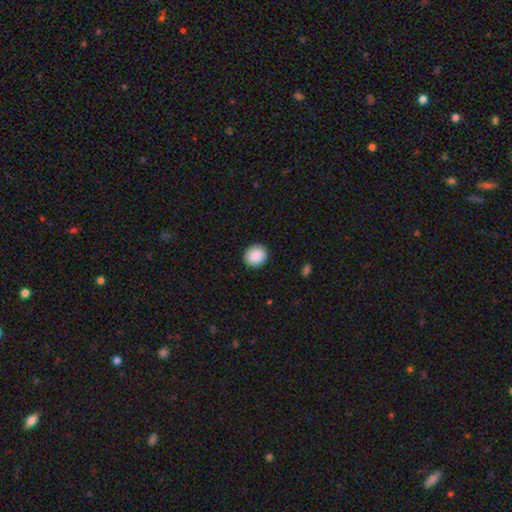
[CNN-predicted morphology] Smooth or featured? Predicted: smooth (p=0.90). How rounded? Predicted: round (p=0.83). Merging? Predicted: none (p=0.91).